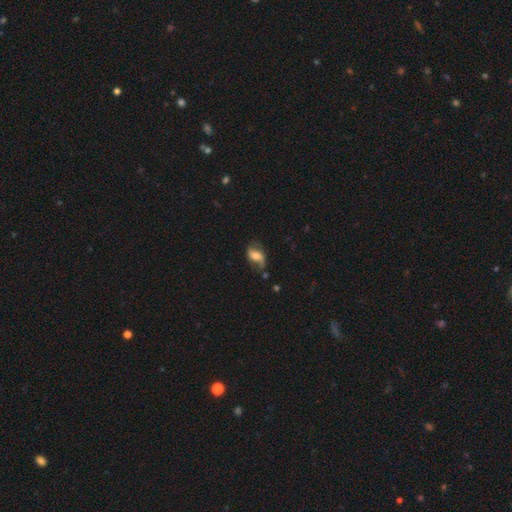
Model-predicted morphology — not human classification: Smooth or featured?
  - featured or disk: 52% *
  - smooth: 39%
  - star or artifact: 9%
Edge-on disk?
  - no: 94% *
  - yes: 6%
Merging?
  - none: 51% *
  - minor disturbance: 28%
  - major disturbance: 16%
  - merger: 4%